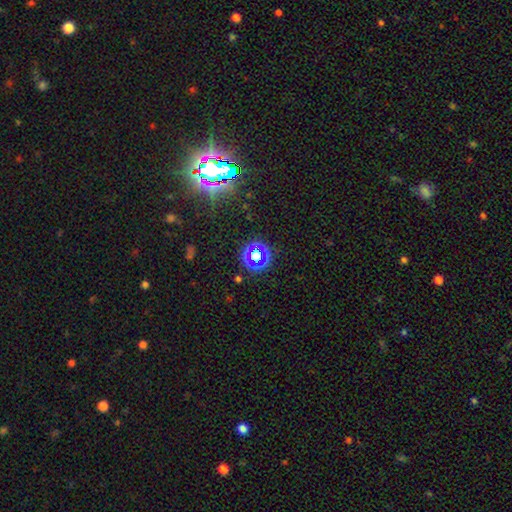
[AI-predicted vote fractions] smooth-or-featured: star or artifact: 66% | smooth: 24% | featured or disk: 10%